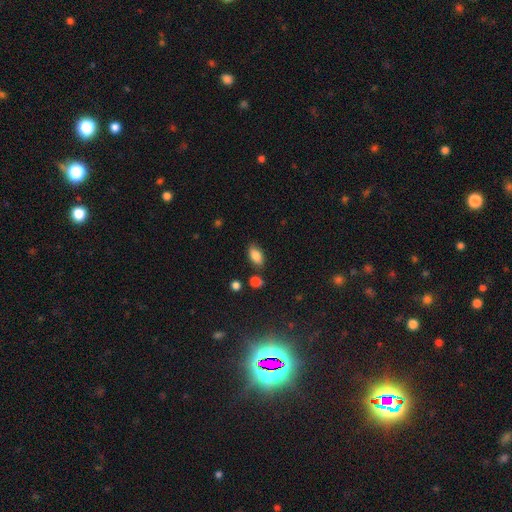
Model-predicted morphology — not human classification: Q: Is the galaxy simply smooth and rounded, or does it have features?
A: smooth — 85%.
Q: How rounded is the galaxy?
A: in between — 91%.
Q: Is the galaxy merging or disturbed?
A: none — 80%.